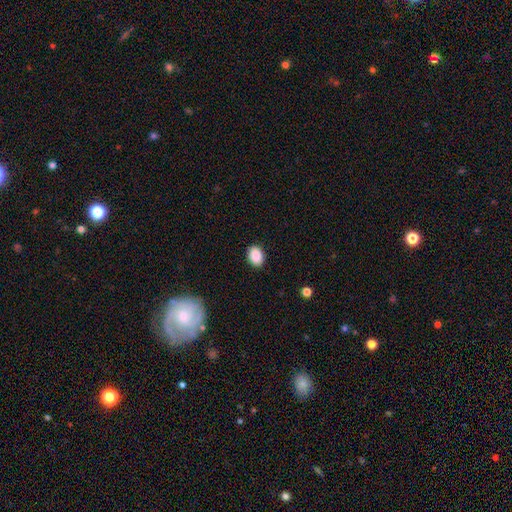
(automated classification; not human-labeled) This appears to be a smooth galaxy with no disk features (89%) that is in between round and cigar-shaped (75%). Merging: none (88%).